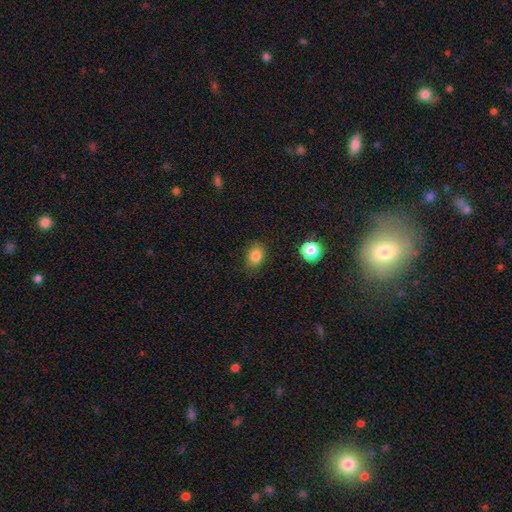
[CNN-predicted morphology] smooth-or-featured: smooth: 85% | star or artifact: 10% | featured or disk: 5%
  how-rounded: in between: 61% | round: 38% | cigar-shaped: 1%
  merging: none: 81% | minor disturbance: 14% | major disturbance: 3% | merger: 2%